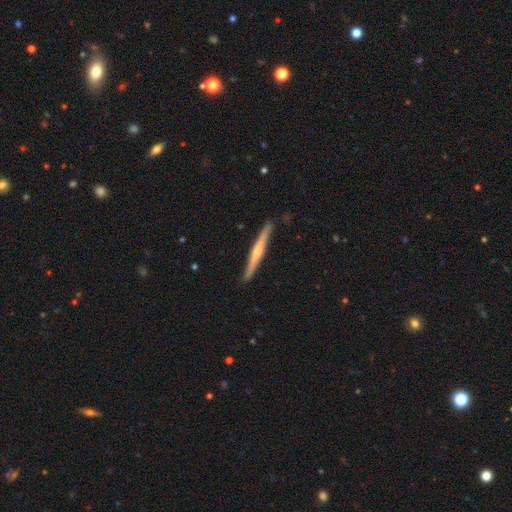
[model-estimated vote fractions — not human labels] Q: Smooth or featured?
A: featured or disk (68%); runner-up: smooth (27%)
Q: Edge-on disk?
A: yes (98%); runner-up: no (2%)
Q: Edge-on bulge?
A: rounded (63%); runner-up: none (28%)
Q: Merging?
A: none (90%); runner-up: minor disturbance (7%)